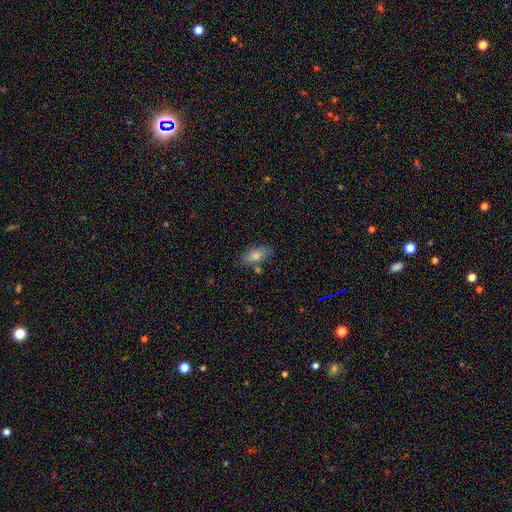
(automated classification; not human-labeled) This appears to be a smooth galaxy with no disk features (74%) that is in between round and cigar-shaped (87%). Merging: none (75%).